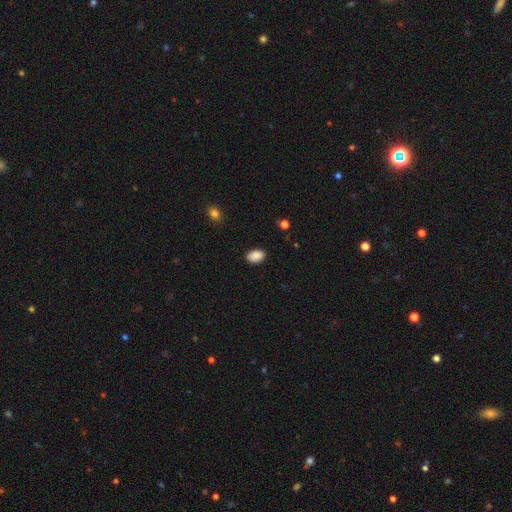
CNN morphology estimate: Smooth or featured: smooth — 89% (star or artifact — 8%)
How rounded: in between — 89% (round — 9%)
Merging: none — 88% (minor disturbance — 9%)